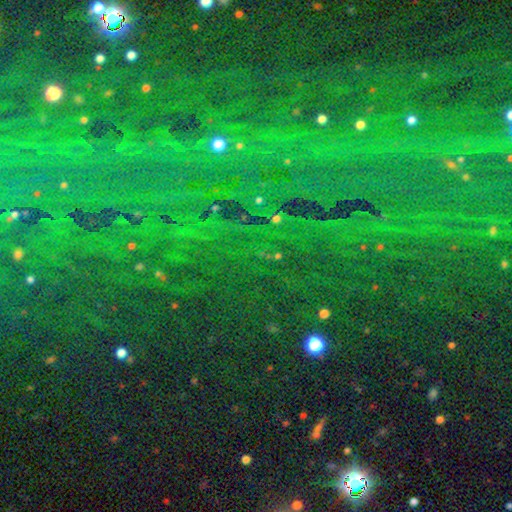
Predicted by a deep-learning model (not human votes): A star or artifact, not a galaxy (86%).

Vote fractions:
- Smooth or featured? star or artifact: 86% / smooth: 7% / featured or disk: 7%